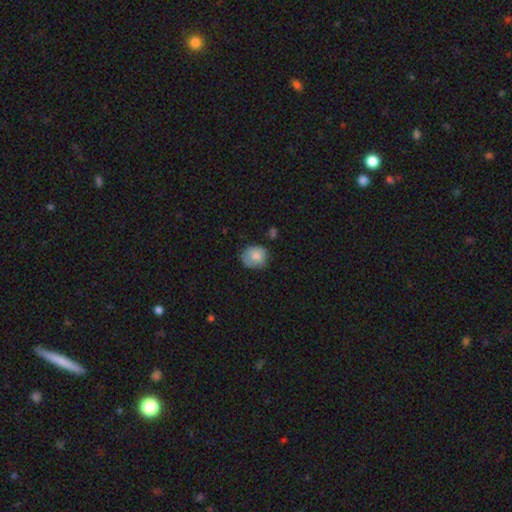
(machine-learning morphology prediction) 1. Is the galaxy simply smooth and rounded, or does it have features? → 77% smooth, 15% featured or disk, 8% star or artifact.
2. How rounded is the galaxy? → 69% round, 30% in between, 1% cigar-shaped.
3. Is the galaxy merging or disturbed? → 61% none, 28% minor disturbance, 8% major disturbance, 3% merger.